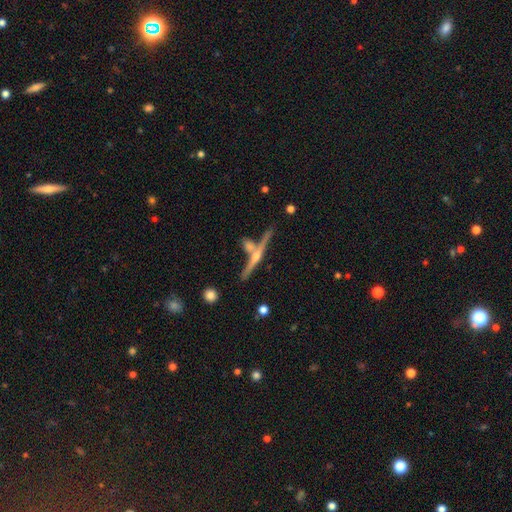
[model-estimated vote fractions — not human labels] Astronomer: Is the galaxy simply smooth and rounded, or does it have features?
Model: featured or disk — 80%.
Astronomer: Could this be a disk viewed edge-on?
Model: yes — 97%.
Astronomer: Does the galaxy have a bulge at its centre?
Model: rounded — 84%.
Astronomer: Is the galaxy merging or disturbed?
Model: none — 72%.